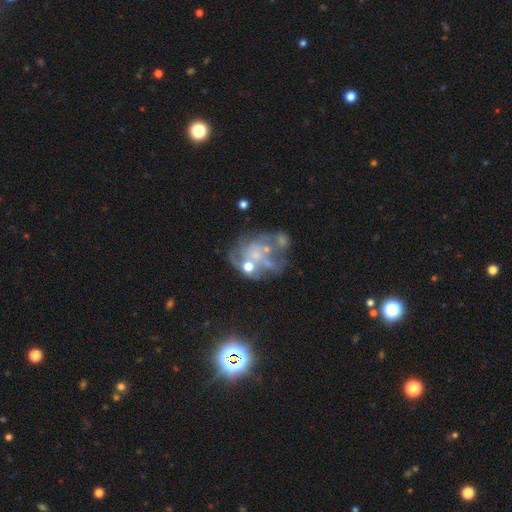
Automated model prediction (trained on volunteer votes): Q: Smooth or featured?
A: featured or disk (67%); runner-up: smooth (18%)
Q: Edge-on disk?
A: no (98%); runner-up: yes (2%)
Q: Bar?
A: no (88%); runner-up: weak (10%)
Q: Spiral arms?
A: no (67%); runner-up: yes (33%)
Q: Bulge size?
A: none (41%); runner-up: small (31%)
Q: Merging?
A: none (31%); runner-up: major disturbance (30%)